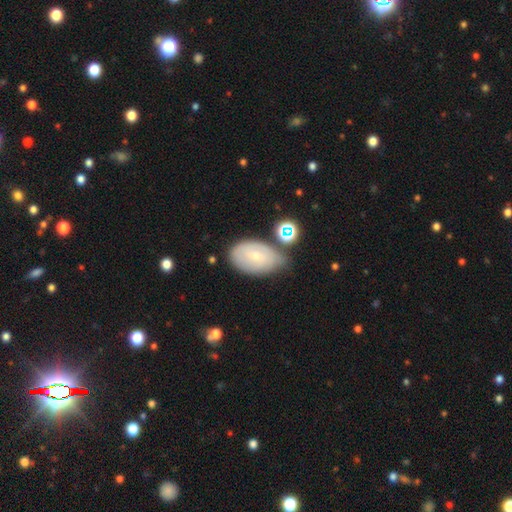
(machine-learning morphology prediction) Smooth or featured?
  - smooth: 51% *
  - featured or disk: 39%
  - star or artifact: 10%
How rounded?
  - in between: 89% *
  - round: 9%
  - cigar-shaped: 1%
Merging?
  - none: 55% *
  - minor disturbance: 28%
  - merger: 9%
  - major disturbance: 8%